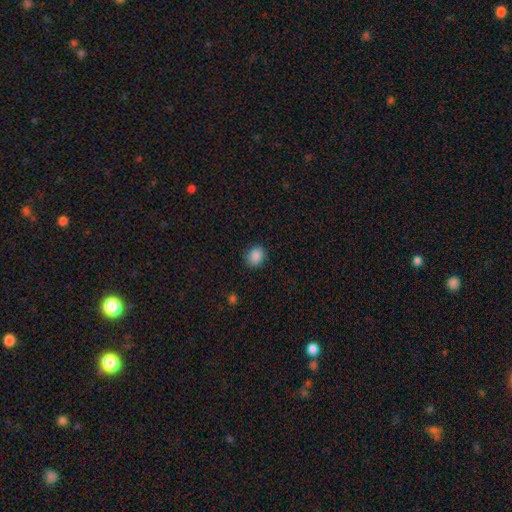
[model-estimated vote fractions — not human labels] A smooth galaxy with no disk features (87%) that is round (57%).

Vote fractions:
- Smooth or featured? smooth: 87% / star or artifact: 9% / featured or disk: 3%
- How rounded? round: 57% / in between: 42% / cigar-shaped: 1%
- Merging? none: 86% / minor disturbance: 10% / major disturbance: 3% / merger: 1%